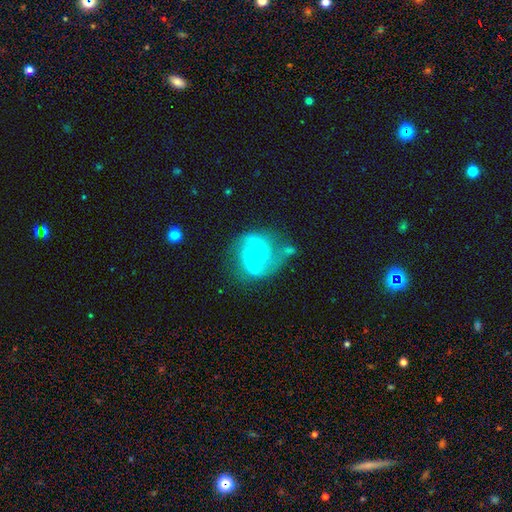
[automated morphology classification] Overall: featured or disk (87%). Edge-on disk: no (98%). Bar: no (50%; weak 38%). Spiral arms: yes (96%). Spiral arm count: 2 (88%). Spiral winding: medium (56%; loose 28%). Bulge size: small (61%; moderate 36%). Merging: none (60%; minor disturbance 23%).